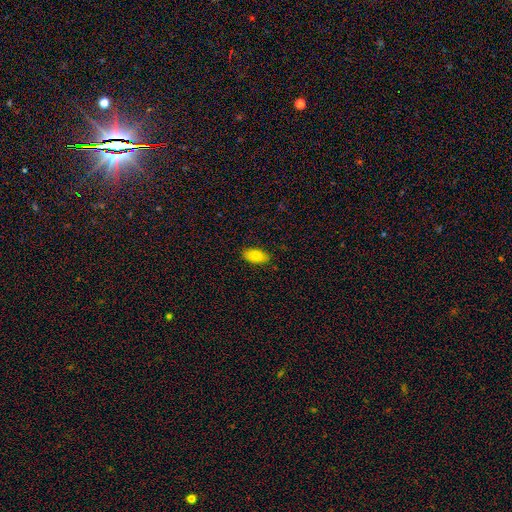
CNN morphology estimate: Smooth or featured: smooth — 86% (star or artifact — 7%)
How rounded: in between — 91% (cigar-shaped — 7%)
Merging: none — 86% (minor disturbance — 11%)